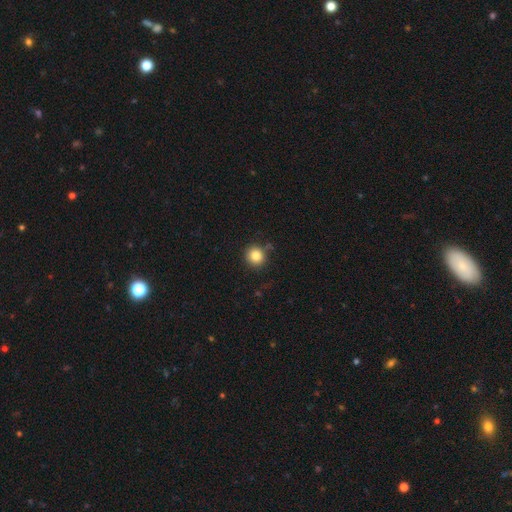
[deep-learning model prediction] Q: Smooth or featured?
A: smooth (84%); runner-up: star or artifact (11%)
Q: How rounded?
A: round (93%); runner-up: in between (6%)
Q: Merging?
A: none (83%); runner-up: minor disturbance (11%)